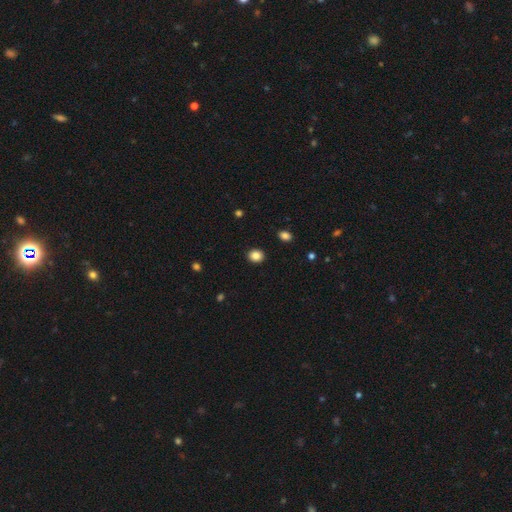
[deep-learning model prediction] Smooth or featured? smooth (86%)
How rounded? round (64%)
Merging? none (91%)